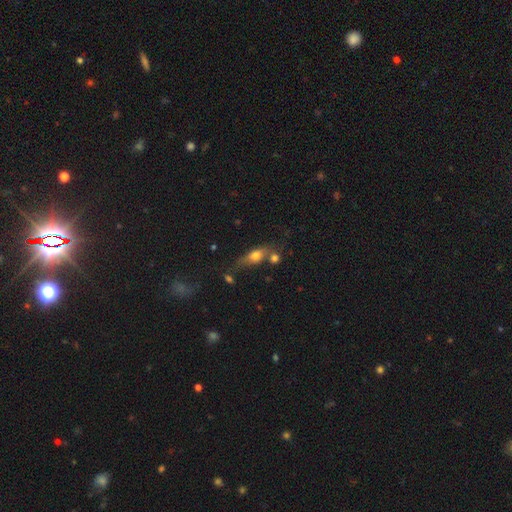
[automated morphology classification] smooth 61%, featured or disk 29%, star or artifact 10%. Down the decision tree: how rounded — in between (62%); merging — none (52%).